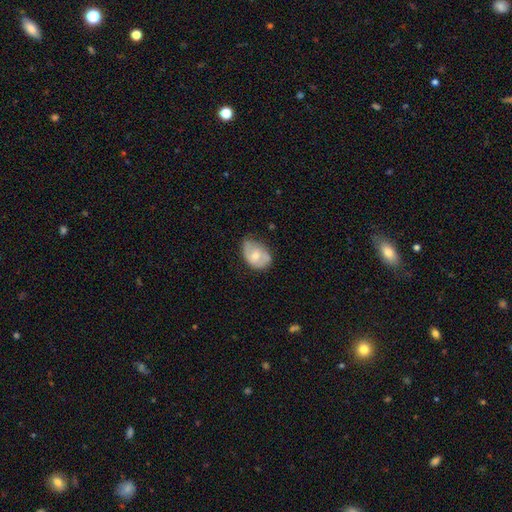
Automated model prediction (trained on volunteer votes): Morphology: type=smooth (56%); roundness=in between (77%); merging=none (45%).